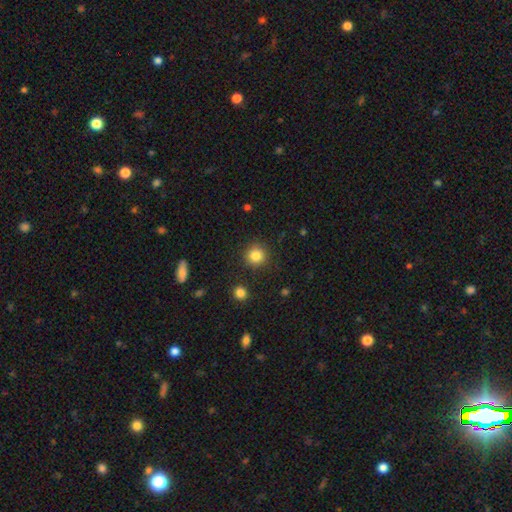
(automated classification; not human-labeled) smooth_or_featured: smooth (p=0.83) [alt: star or artifact p=0.11]
how_rounded: round (p=0.93) [alt: in between p=0.06]
merging: none (p=0.90) [alt: minor disturbance p=0.06]